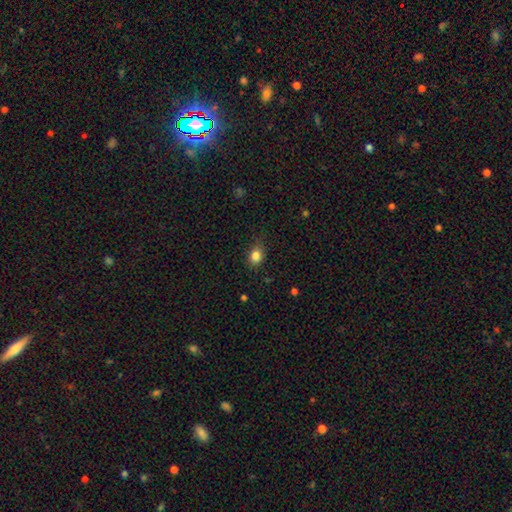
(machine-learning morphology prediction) smooth_or_featured: smooth (p=0.84) [alt: star or artifact p=0.11]
how_rounded: in between (p=0.54) [alt: round p=0.45]
merging: none (p=0.75) [alt: minor disturbance p=0.20]